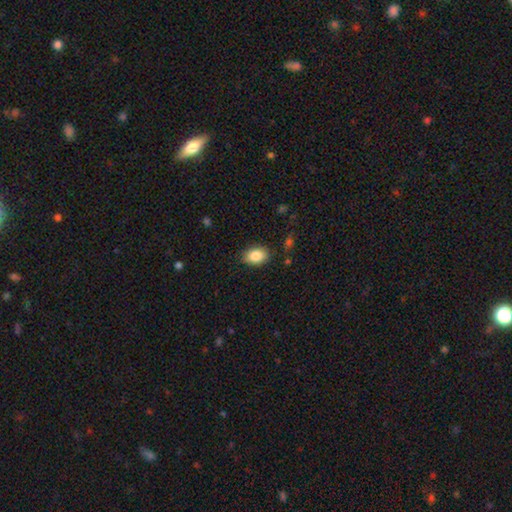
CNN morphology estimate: A smooth galaxy with no disk features (85%) that is in between round and cigar-shaped (84%). Merging: none (86%).